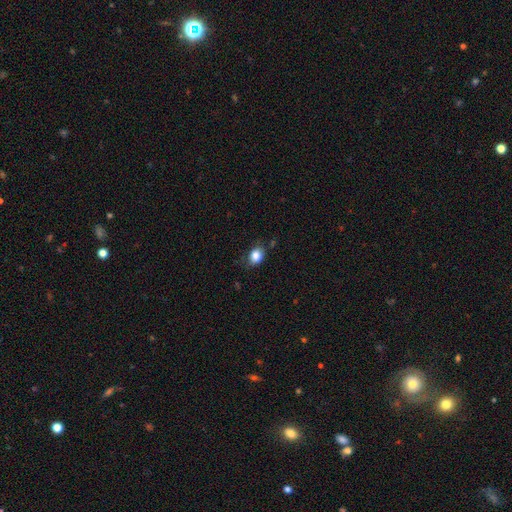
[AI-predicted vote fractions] Smooth or featured?
  - smooth: 84% *
  - star or artifact: 10%
  - featured or disk: 7%
How rounded?
  - in between: 58% *
  - round: 40%
  - cigar-shaped: 1%
Merging?
  - none: 70% *
  - minor disturbance: 23%
  - major disturbance: 5%
  - merger: 2%